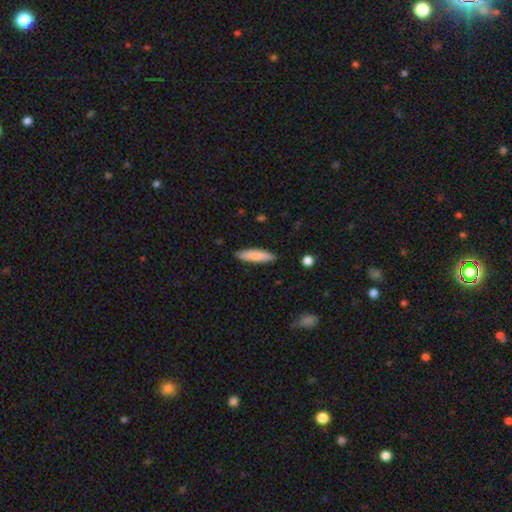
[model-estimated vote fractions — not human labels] The model was most divided on "how rounded": cigar-shaped: 75%, in between: 23%, round: 1%. More confident: merging — none (88%); smooth or featured — smooth (84%).